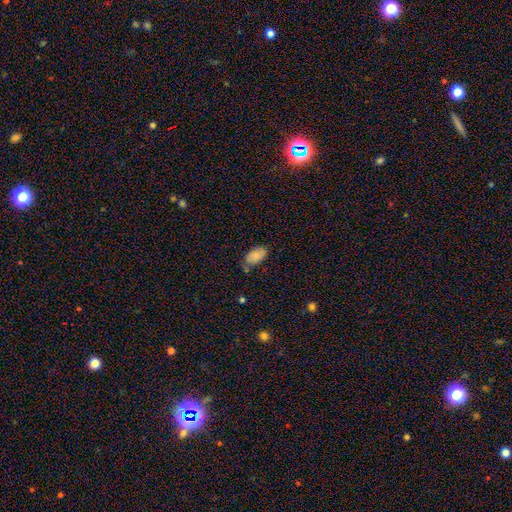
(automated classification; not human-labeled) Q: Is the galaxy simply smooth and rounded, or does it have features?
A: smooth — 78%.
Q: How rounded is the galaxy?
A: in between — 94%.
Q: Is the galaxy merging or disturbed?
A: none — 61%.